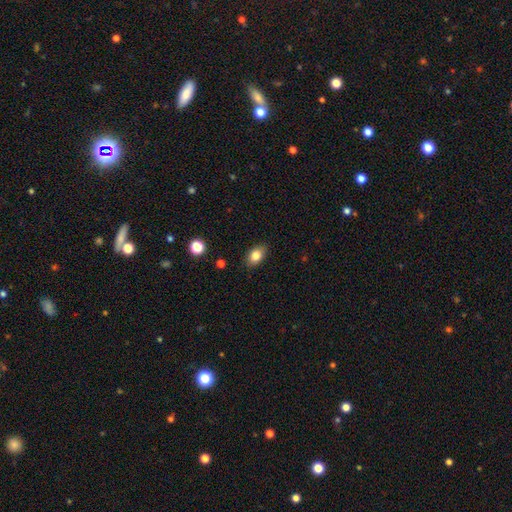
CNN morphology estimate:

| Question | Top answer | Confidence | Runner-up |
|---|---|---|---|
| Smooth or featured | smooth | 82% | featured or disk (9%) |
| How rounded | in between | 84% | round (14%) |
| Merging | none | 86% | minor disturbance (11%) |